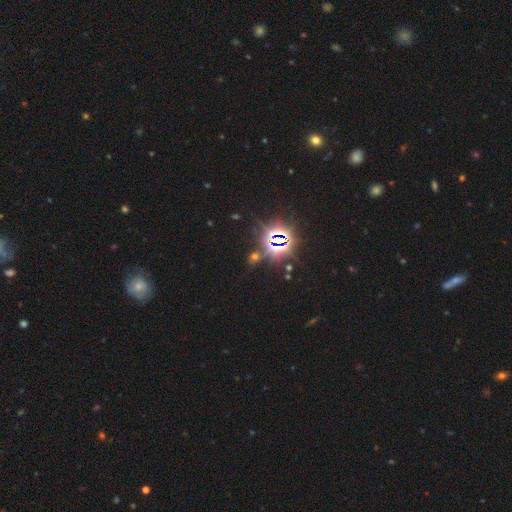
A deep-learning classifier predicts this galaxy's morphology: Q: Smooth or featured?
A: star or artifact (81%); runner-up: smooth (12%)